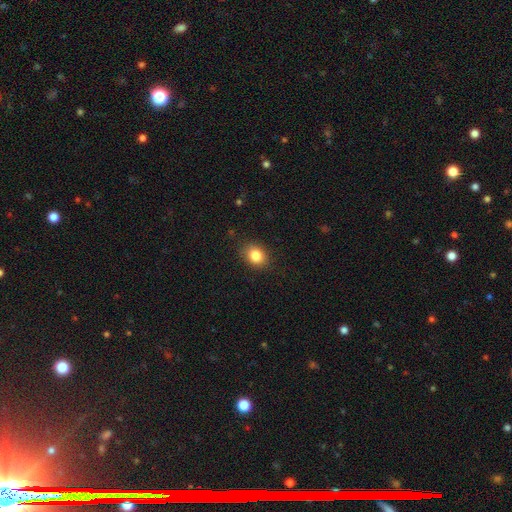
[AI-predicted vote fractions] Q: Smooth or featured?
A: smooth (84%); runner-up: star or artifact (10%)
Q: How rounded?
A: in between (54%); runner-up: round (45%)
Q: Merging?
A: none (85%); runner-up: minor disturbance (11%)